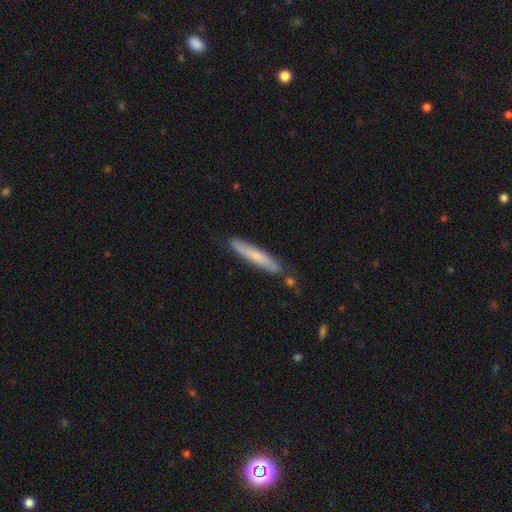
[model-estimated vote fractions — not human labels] Smooth or featured: smooth — 63% (featured or disk — 31%)
How rounded: cigar-shaped — 93% (in between — 5%)
Merging: none — 80% (minor disturbance — 13%)